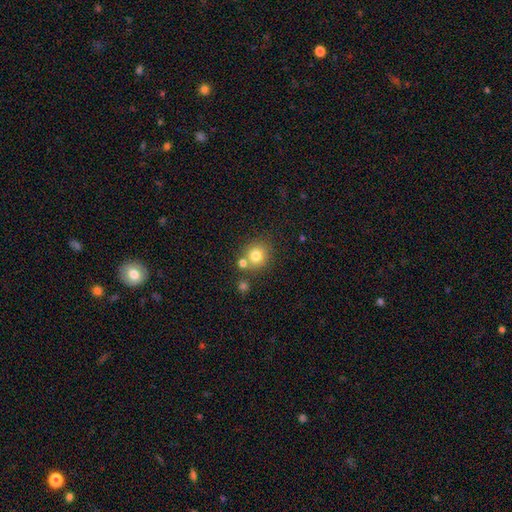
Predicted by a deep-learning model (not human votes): Overall: smooth (78%). How rounded: round (85%). Merging: none (68%).